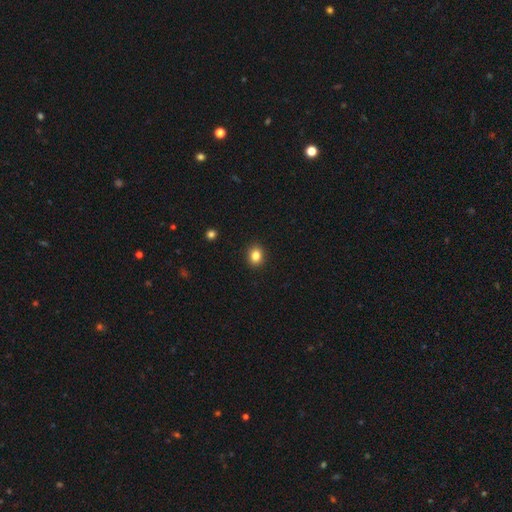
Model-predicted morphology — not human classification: This is clearly a smooth galaxy (84%). How rounded: possibly round (58%). Merging: clearly none (91%).